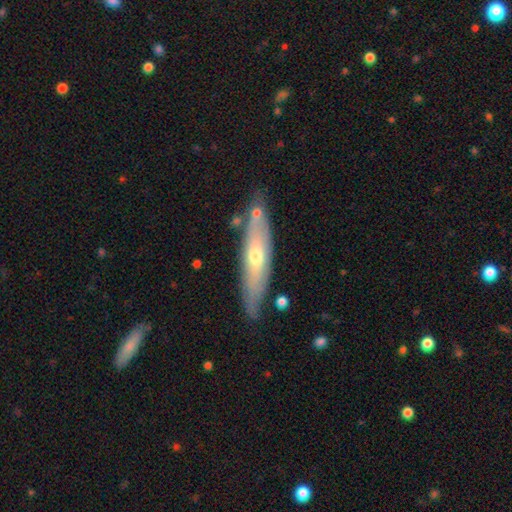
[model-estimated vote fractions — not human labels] Smooth or featured? featured or disk (54%)
Edge-on disk? yes (58%)
Merging? none (75%)